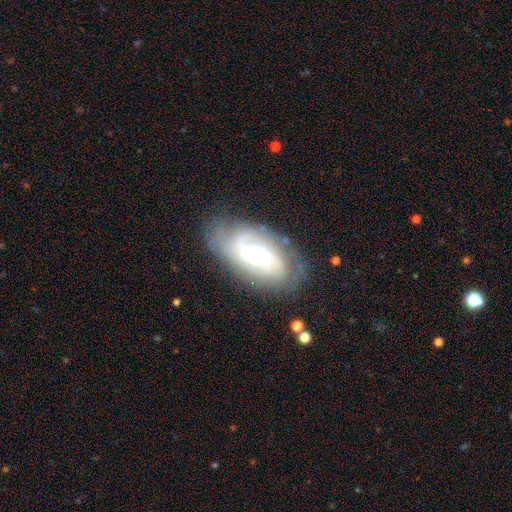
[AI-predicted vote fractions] Smooth or featured?
  - featured or disk: 83% *
  - smooth: 12%
  - star or artifact: 6%
Edge-on disk?
  - no: 95% *
  - yes: 5%
Bar?
  - no: 42% *
  - weak: 39%
  - strong: 19%
Spiral arms?
  - yes: 93% *
  - no: 7%
Spiral winding?
  - tight: 64% *
  - medium: 29%
  - loose: 8%
Spiral arm count?
  - 2: 37% *
  - can't tell: 31%
  - 3: 17%
  - 4: 6%
  - 1: 5%
  - more than 4: 4%
Bulge size?
  - moderate: 58% *
  - large: 25%
  - small: 13%
  - dominant: 3%
  - none: 2%
Merging?
  - none: 73% *
  - minor disturbance: 18%
  - major disturbance: 7%
  - merger: 2%